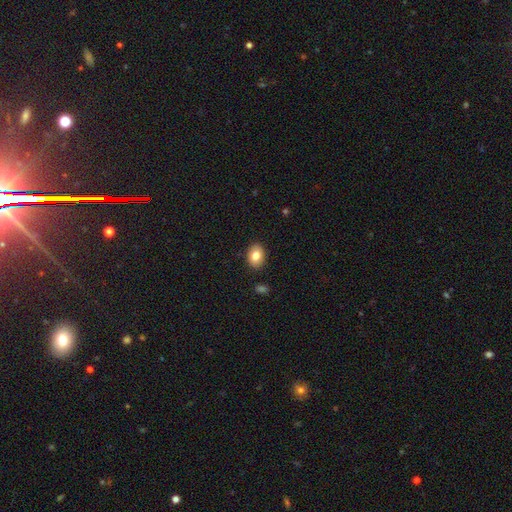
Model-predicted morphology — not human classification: smooth_or_featured: smooth (p=0.82) [alt: featured or disk p=0.10]
how_rounded: in between (p=0.71) [alt: round p=0.28]
merging: none (p=0.89) [alt: minor disturbance p=0.08]